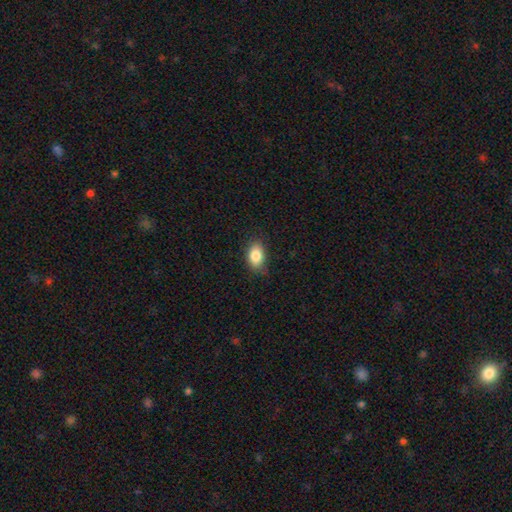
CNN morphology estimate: smooth_or_featured: smooth (p=0.85) [alt: star or artifact p=0.08]
how_rounded: in between (p=0.87) [alt: round p=0.12]
merging: none (p=0.82) [alt: minor disturbance p=0.14]